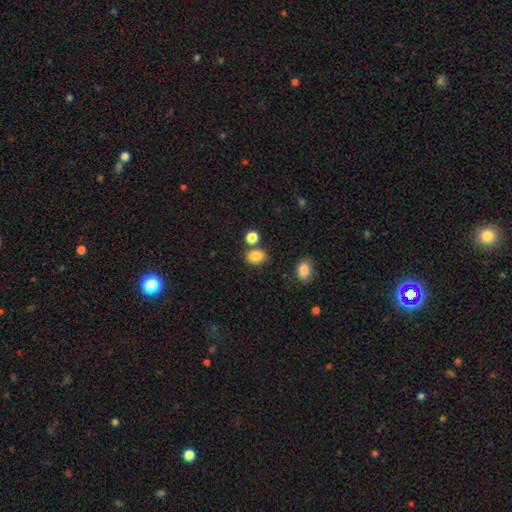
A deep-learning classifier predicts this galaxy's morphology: Smooth or featured? smooth (84%)
How rounded? in between (60%)
Merging? none (68%)